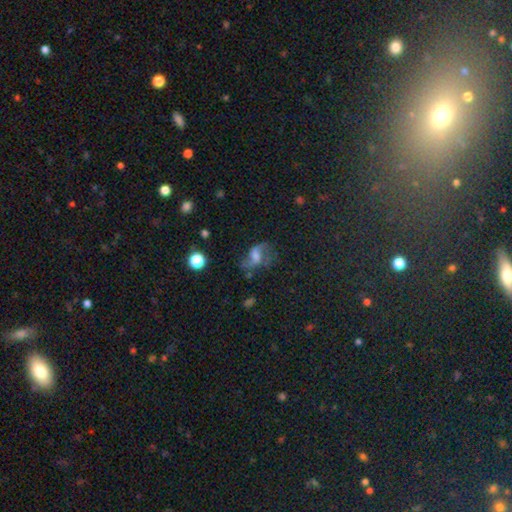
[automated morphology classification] Overall: featured or disk (63%; smooth 23%). Edge-on disk: no (96%). Bar: weak (47%; no 37%). Spiral arms: yes (84%). Spiral arm count: 2 (85%). Spiral winding: loose (70%). Bulge size: moderate (33%; small 30%). Merging: none (49%; major disturbance 26%).